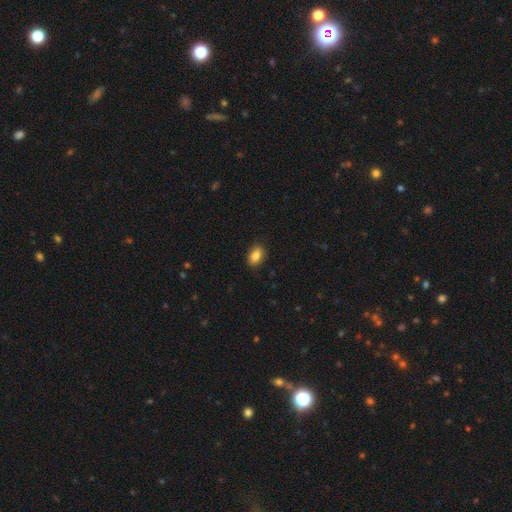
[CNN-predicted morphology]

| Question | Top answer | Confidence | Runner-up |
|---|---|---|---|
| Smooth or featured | smooth | 85% | star or artifact (8%) |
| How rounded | in between | 84% | round (14%) |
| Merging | none | 88% | minor disturbance (9%) |